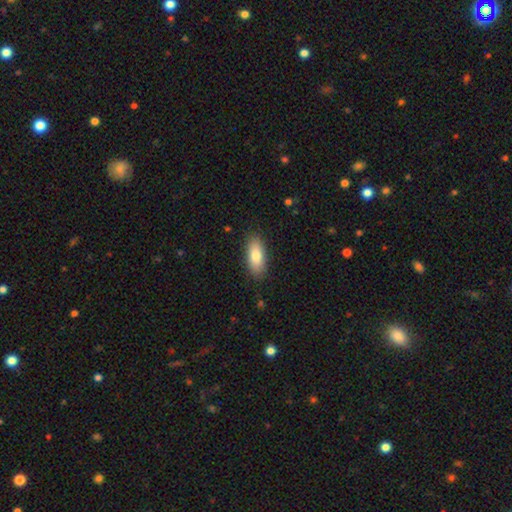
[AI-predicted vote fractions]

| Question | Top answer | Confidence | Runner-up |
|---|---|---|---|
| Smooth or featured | smooth | 81% | featured or disk (12%) |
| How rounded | in between | 82% | cigar-shaped (15%) |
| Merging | none | 87% | minor disturbance (10%) |